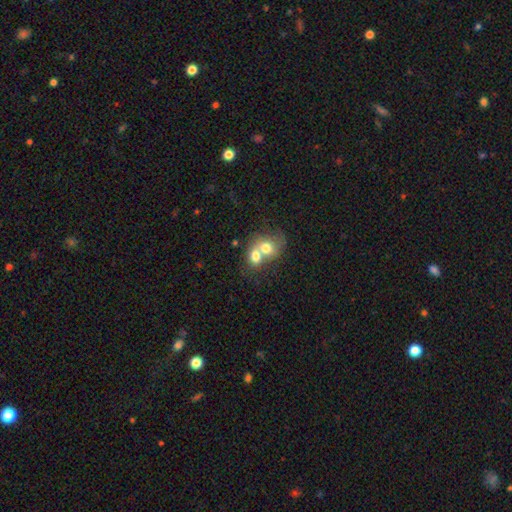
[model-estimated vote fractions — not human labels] This is likely a smooth galaxy (70%). How rounded: possibly round (56%). Merging: likely merger (75%).